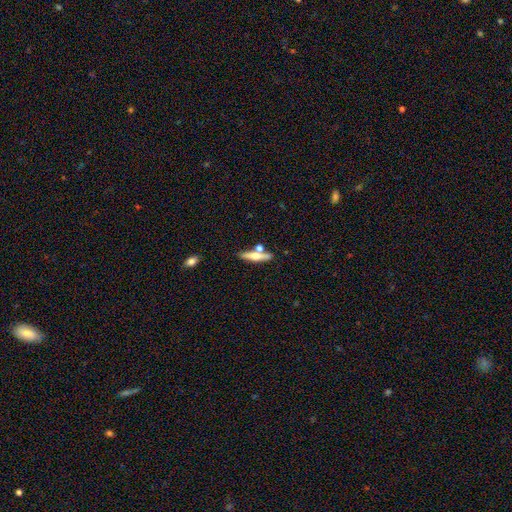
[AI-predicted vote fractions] Smooth or featured: featured or disk — 48% (smooth — 46%)
Merging: none — 68% (merger — 19%)